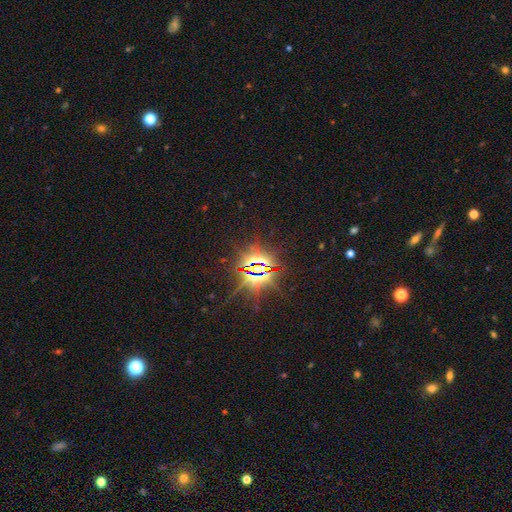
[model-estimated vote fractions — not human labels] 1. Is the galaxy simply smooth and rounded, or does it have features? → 85% star or artifact, 8% featured or disk, 7% smooth.